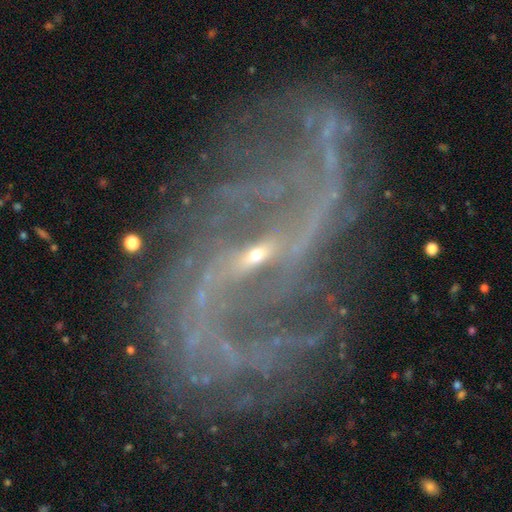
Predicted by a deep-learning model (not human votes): This is clearly a featured or disk galaxy (90%). It is clearly not viewed edge-on (97%). Bar: marginally weak (44%). Spiral arm pattern: clearly yes (96%). Spiral arm count: possibly 2 (56%). Spiral winding: possibly loose (51%). Central bulge: clearly small (82%). Merging: likely none (62%).